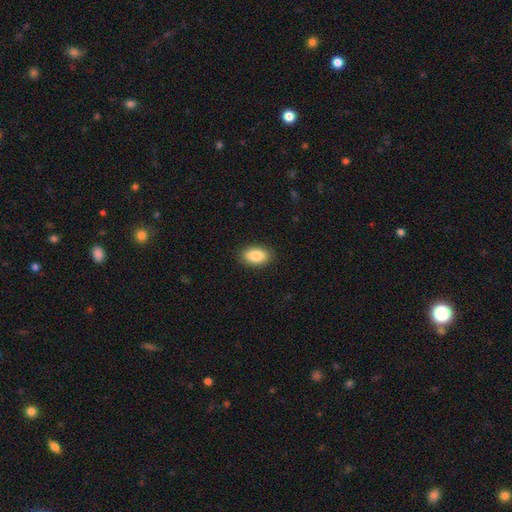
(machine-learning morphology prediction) Smooth or featured? Predicted: smooth (p=0.87). How rounded? Predicted: in between (p=0.92). Merging? Predicted: none (p=0.89).